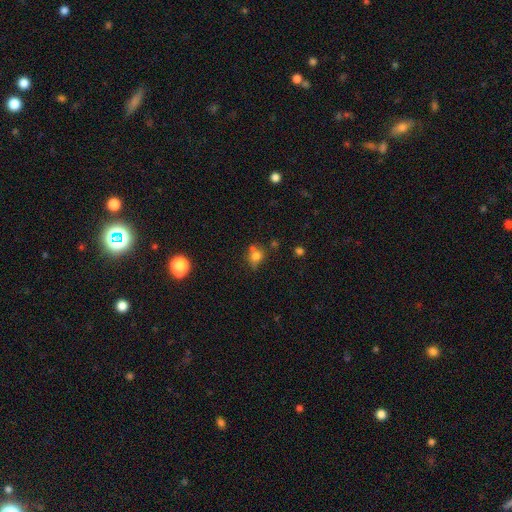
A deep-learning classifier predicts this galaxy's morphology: smooth_or_featured: smooth (p=0.73) [alt: star or artifact p=0.15]
how_rounded: round (p=0.74) [alt: in between p=0.25]
merging: none (p=0.53) [alt: merger p=0.23]